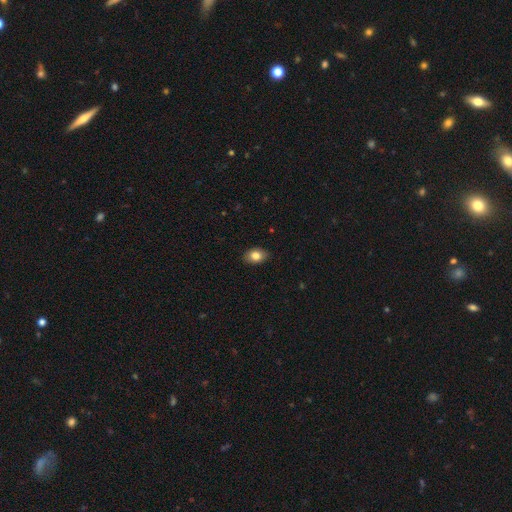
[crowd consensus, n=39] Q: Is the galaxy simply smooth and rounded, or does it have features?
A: smooth — 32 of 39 (82%).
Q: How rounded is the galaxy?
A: in between — 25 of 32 (78%).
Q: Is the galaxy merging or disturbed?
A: none — 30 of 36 (83%).